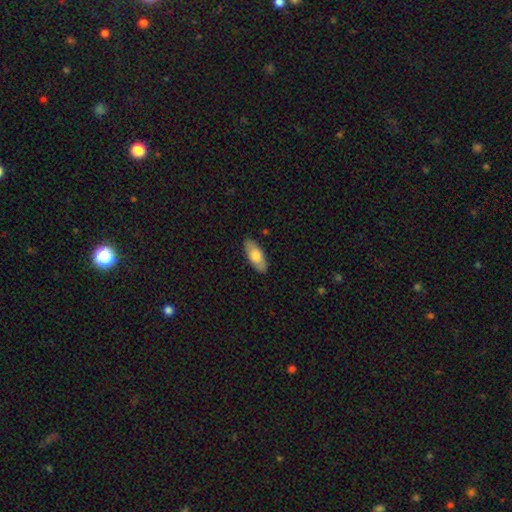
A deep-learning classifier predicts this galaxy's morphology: Smooth or featured?
  - smooth: 69% *
  - featured or disk: 25%
  - star or artifact: 5%
How rounded?
  - in between: 83% *
  - cigar-shaped: 15%
  - round: 2%
Merging?
  - none: 87% *
  - minor disturbance: 10%
  - major disturbance: 2%
  - merger: 1%